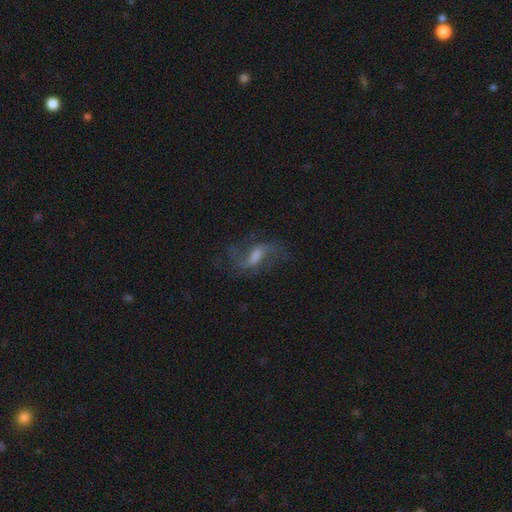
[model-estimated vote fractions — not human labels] smooth_or_featured: featured or disk (p=0.74) [alt: smooth p=0.16]
disk_edge_on: no (p=0.94) [alt: yes p=0.06]
bar: weak (p=0.52) [alt: strong p=0.27]
has_spiral_arms: yes (p=0.90) [alt: no p=0.10]
spiral_winding: loose (p=0.74) [alt: medium p=0.22]
spiral_arm_count: 2 (p=0.84) [alt: can't tell p=0.07]
bulge_size: moderate (p=0.38) [alt: small p=0.28]
merging: none (p=0.63) [alt: minor disturbance p=0.18]